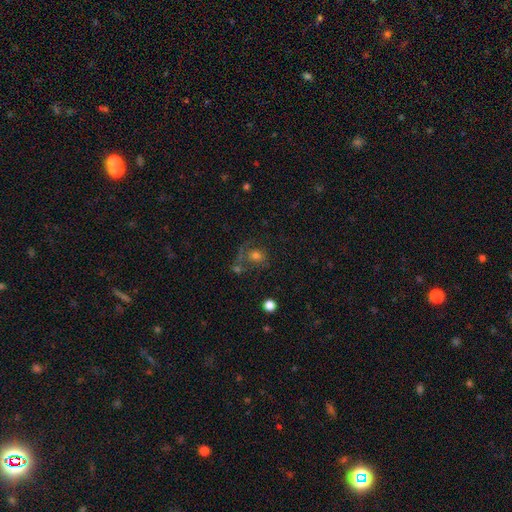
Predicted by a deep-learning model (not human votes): A smooth galaxy with no disk features (53%) that is round (71%).

Vote fractions:
- Smooth or featured? smooth: 53% / featured or disk: 31% / star or artifact: 16%
- How rounded? round: 71% / in between: 28% / cigar-shaped: 1%
- Merging? none: 42% / major disturbance: 23% / merger: 19% / minor disturbance: 16%